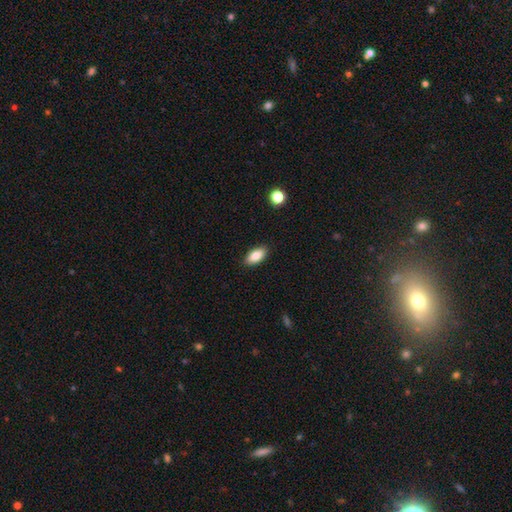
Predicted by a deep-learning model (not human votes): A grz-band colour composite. It shows a smooth galaxy with no disk features (86%) that is in between round and cigar-shaped (91%). Merging: none (89%).